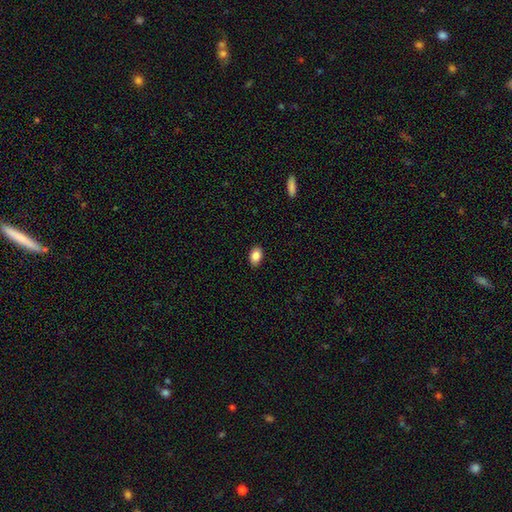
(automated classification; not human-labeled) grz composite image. It shows a smooth galaxy with no disk features (87%) that is in between round and cigar-shaped (86%). Merging: none (89%).